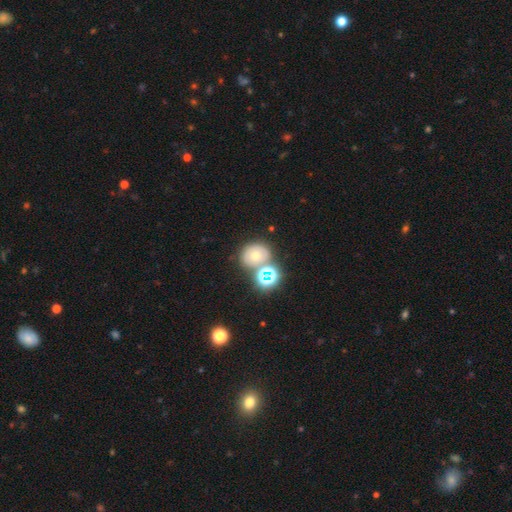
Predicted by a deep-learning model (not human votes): Smooth or featured?
  - smooth: 53% *
  - star or artifact: 25%
  - featured or disk: 22%
How rounded?
  - round: 70% *
  - in between: 29%
  - cigar-shaped: 1%
Merging?
  - none: 56% *
  - merger: 27%
  - minor disturbance: 12%
  - major disturbance: 5%